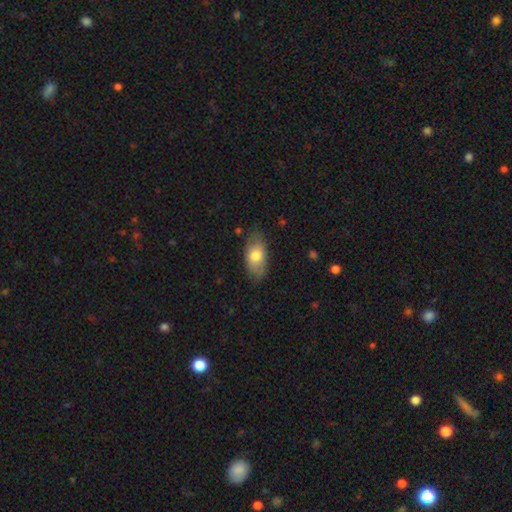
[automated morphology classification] Smooth or featured? Predicted: smooth (p=0.75). How rounded? Predicted: in between (p=0.91). Merging? Predicted: none (p=0.73).